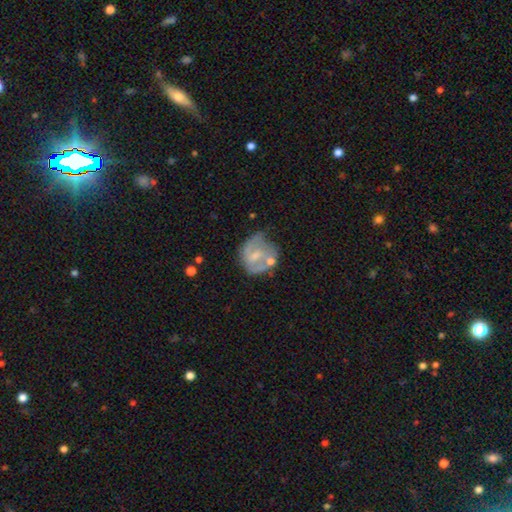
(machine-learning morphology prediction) Smooth or featured?
  - featured or disk: 60% *
  - smooth: 33%
  - star or artifact: 8%
Edge-on disk?
  - no: 97% *
  - yes: 3%
Bar?
  - weak: 46% *
  - no: 41%
  - strong: 13%
Spiral arms?
  - yes: 58% *
  - no: 42%
Bulge size?
  - small: 41% *
  - moderate: 35%
  - none: 20%
  - large: 3%
  - dominant: 1%
Merging?
  - none: 40% *
  - minor disturbance: 27%
  - major disturbance: 19%
  - merger: 14%